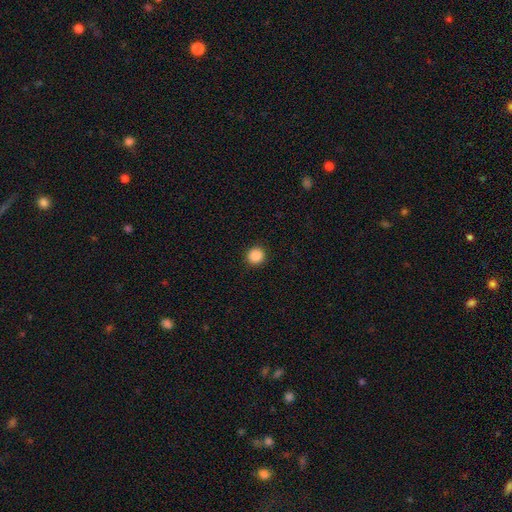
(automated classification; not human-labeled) A smooth galaxy with no disk features (88%) that is round (94%).

Vote fractions:
- Smooth or featured? smooth: 88% / star or artifact: 10% / featured or disk: 3%
- How rounded? round: 94% / in between: 5% / cigar-shaped: 1%
- Merging? none: 93% / minor disturbance: 4% / major disturbance: 2% / merger: 1%